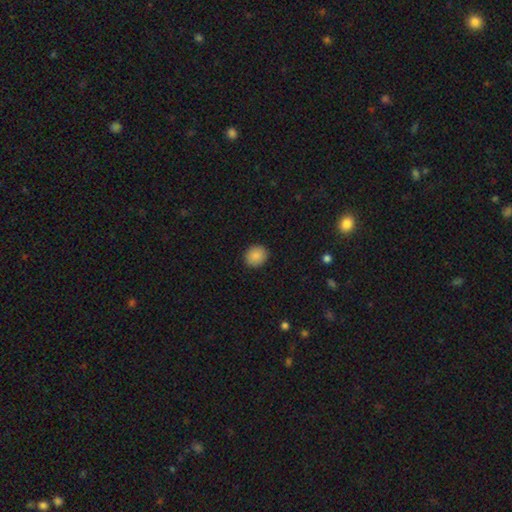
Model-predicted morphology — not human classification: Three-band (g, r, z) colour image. It shows a smooth galaxy with no disk features (88%) that is round (75%). Merging: none (90%).